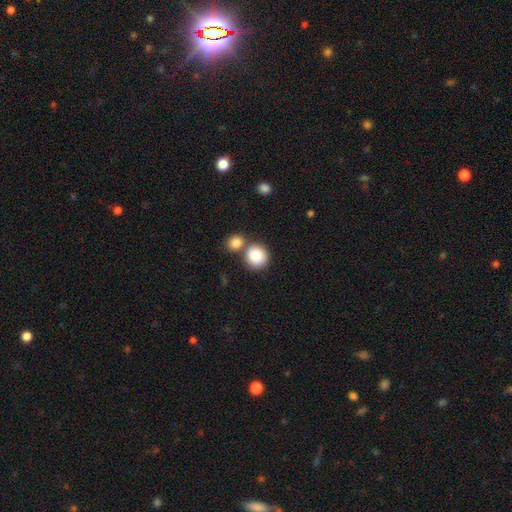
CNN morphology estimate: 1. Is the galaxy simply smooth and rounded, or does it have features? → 86% smooth, 8% star or artifact, 6% featured or disk.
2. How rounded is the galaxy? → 87% round, 12% in between, 1% cigar-shaped.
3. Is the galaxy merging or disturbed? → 56% none, 32% merger, 9% minor disturbance, 3% major disturbance.